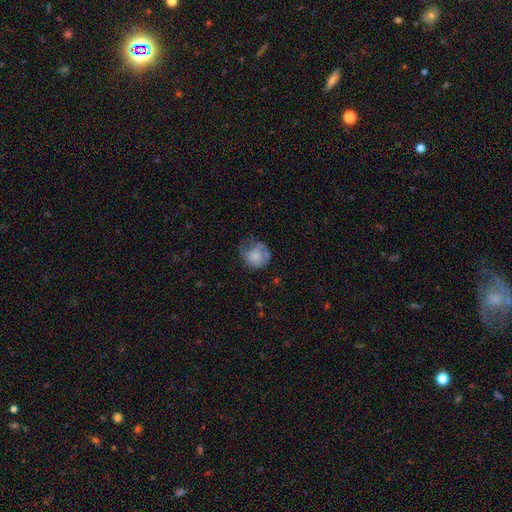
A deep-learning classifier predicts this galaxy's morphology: Q: Smooth or featured?
A: smooth (67%); runner-up: featured or disk (24%)
Q: How rounded?
A: round (80%); runner-up: in between (20%)
Q: Merging?
A: none (43%); runner-up: minor disturbance (32%)